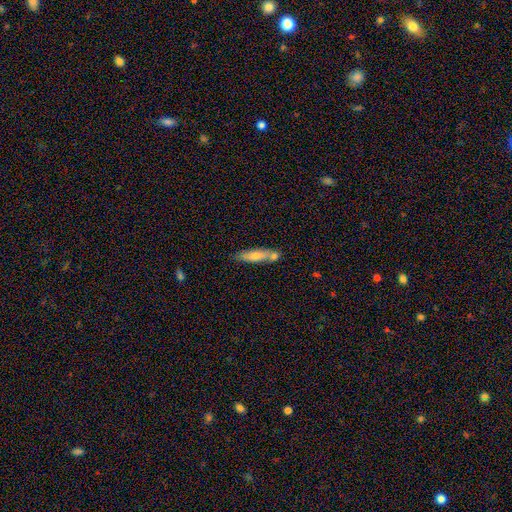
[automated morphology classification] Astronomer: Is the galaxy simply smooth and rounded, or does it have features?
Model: smooth — 65%.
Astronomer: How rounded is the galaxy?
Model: cigar-shaped — 75%.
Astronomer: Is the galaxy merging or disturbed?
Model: none — 57%.